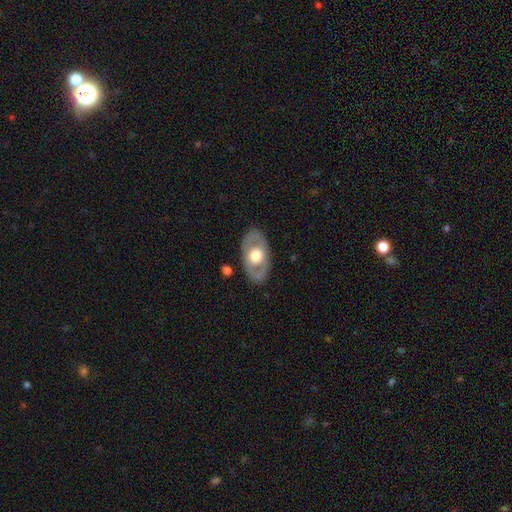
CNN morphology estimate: The model was most divided on "smooth or featured": featured or disk: 56%, smooth: 39%, star or artifact: 5%. More confident: edge-on disk — no (84%); merging — none (84%).